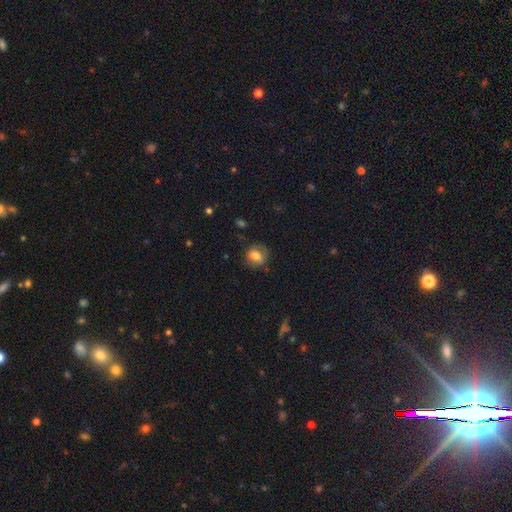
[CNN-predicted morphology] Q: Smooth or featured?
A: smooth (72%); runner-up: featured or disk (19%)
Q: How rounded?
A: round (61%); runner-up: in between (37%)
Q: Merging?
A: none (72%); runner-up: minor disturbance (19%)